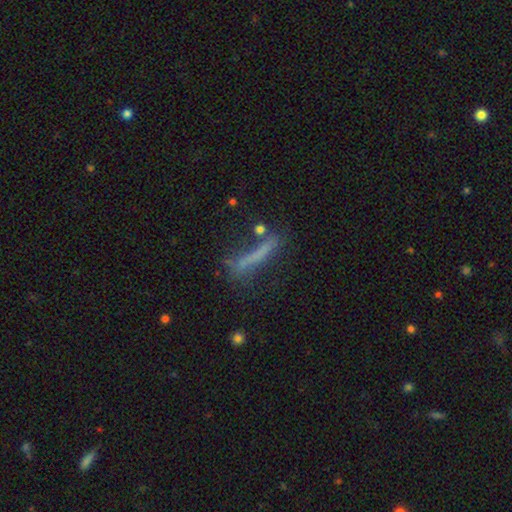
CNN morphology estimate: Overall: smooth (53%; featured or disk 35%). How rounded: cigar-shaped (91%). Merging: none (62%).